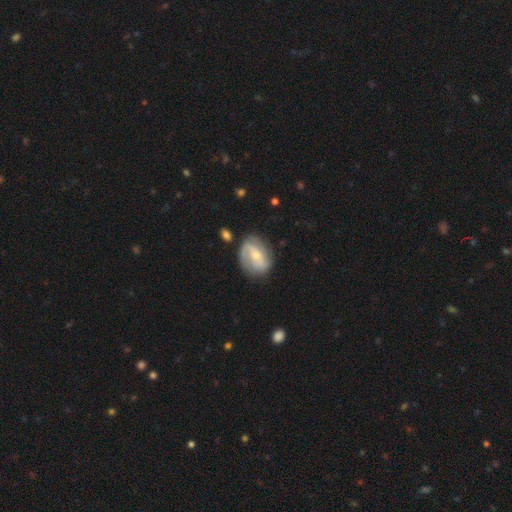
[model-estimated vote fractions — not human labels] featured or disk 64%, smooth 30%, star or artifact 6%. Down the decision tree: edge-on disk — no (96%); bar — weak (42%); spiral arms — yes (82%); spiral arm count — 2 (68%); spiral winding — medium (39%); bulge size — small (51%); merging — none (68%).